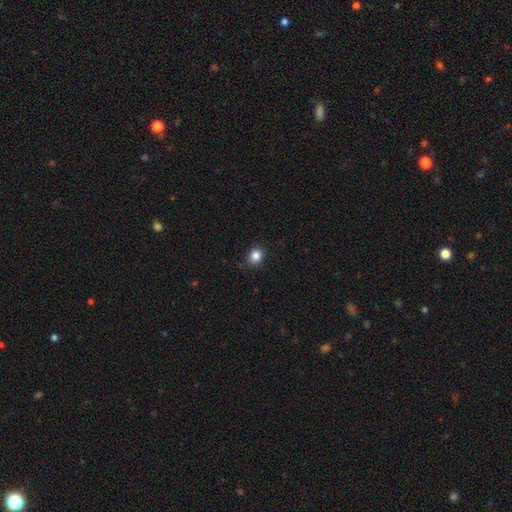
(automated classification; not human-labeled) This is clearly a smooth galaxy (85%). How rounded: clearly round (81%). Merging: clearly none (90%).